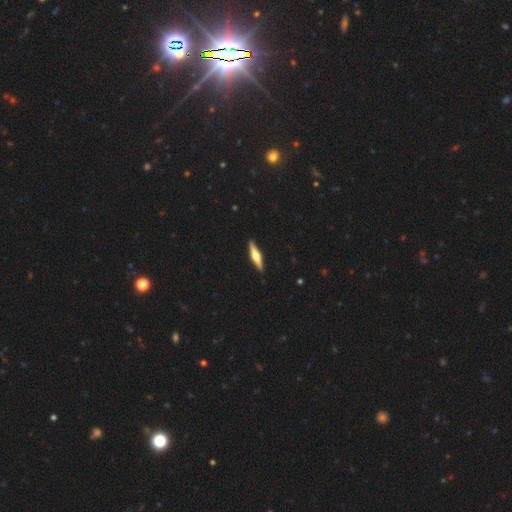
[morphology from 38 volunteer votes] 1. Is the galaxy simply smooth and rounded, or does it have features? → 61% featured or disk, 32% smooth, 8% star or artifact.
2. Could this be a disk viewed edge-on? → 96% yes, 4% no.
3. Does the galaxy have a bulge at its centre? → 91% rounded, 5% boxy, 5% none.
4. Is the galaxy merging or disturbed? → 94% none, 3% minor disturbance, 3% major disturbance, 0% merger.